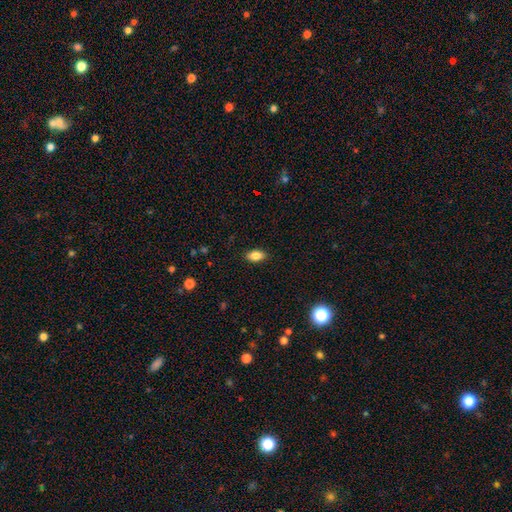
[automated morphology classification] smooth_or_featured: smooth (p=0.86) [alt: star or artifact p=0.08]
how_rounded: in between (p=0.90) [alt: round p=0.06]
merging: none (p=0.88) [alt: minor disturbance p=0.09]